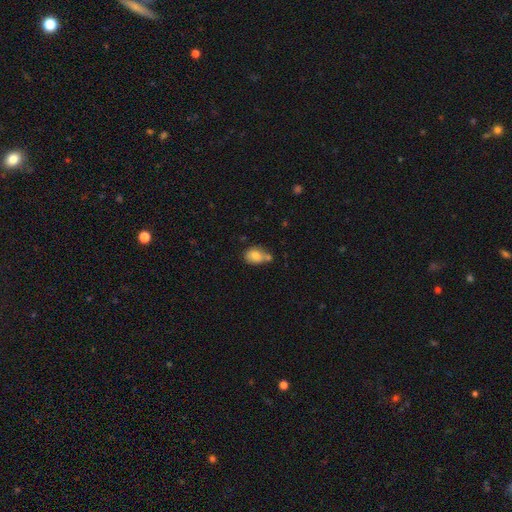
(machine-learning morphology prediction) Smooth or featured? smooth (78%)
How rounded? in between (60%)
Merging? none (40%)